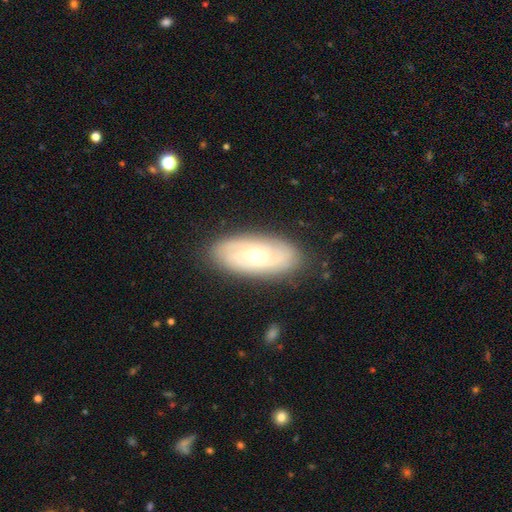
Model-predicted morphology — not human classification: smooth_or_featured: featured or disk (p=0.72) [alt: smooth p=0.22]
disk_edge_on: no (p=0.91) [alt: yes p=0.09]
bar: no (p=0.70) [alt: weak p=0.25]
has_spiral_arms: yes (p=0.89) [alt: no p=0.11]
spiral_winding: tight (p=0.67) [alt: medium p=0.25]
spiral_arm_count: can't tell (p=0.41) [alt: 2 p=0.27]
bulge_size: moderate (p=0.58) [alt: small p=0.38]
merging: none (p=0.84) [alt: minor disturbance p=0.12]